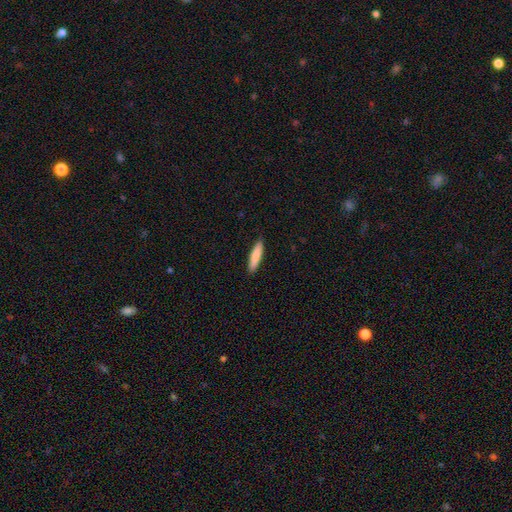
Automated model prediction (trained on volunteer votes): The model was most divided on "how rounded": cigar-shaped: 86%, in between: 13%, round: 1%. More confident: merging — none (90%); smooth or featured — smooth (84%).